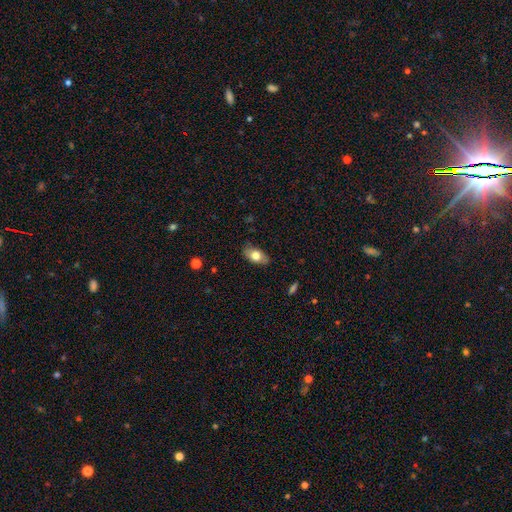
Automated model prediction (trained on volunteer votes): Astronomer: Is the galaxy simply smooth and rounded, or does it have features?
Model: smooth — 70%.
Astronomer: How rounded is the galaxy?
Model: in between — 90%.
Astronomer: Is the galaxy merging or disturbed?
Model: none — 82%.